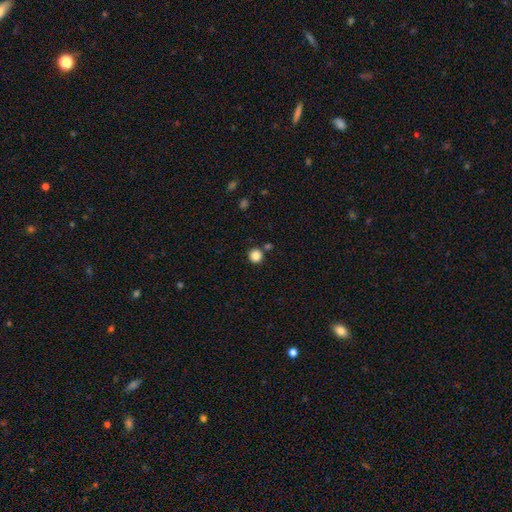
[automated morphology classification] A smooth galaxy with no disk features (86%) that is round (94%). Merging: none (82%).